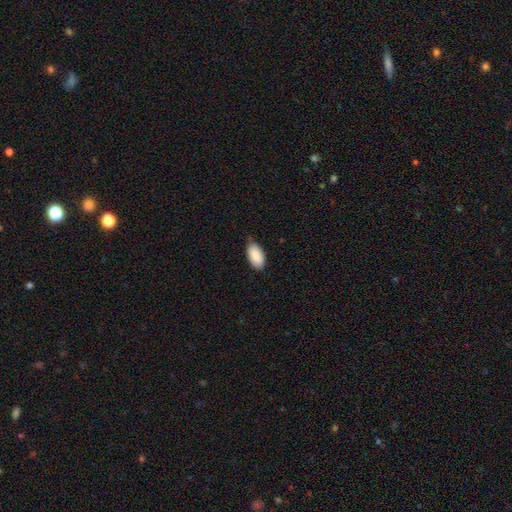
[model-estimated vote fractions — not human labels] Smooth or featured?
  - smooth: 86% *
  - featured or disk: 8%
  - star or artifact: 6%
How rounded?
  - in between: 94% *
  - cigar-shaped: 3%
  - round: 2%
Merging?
  - none: 71% *
  - minor disturbance: 25%
  - major disturbance: 3%
  - merger: 1%